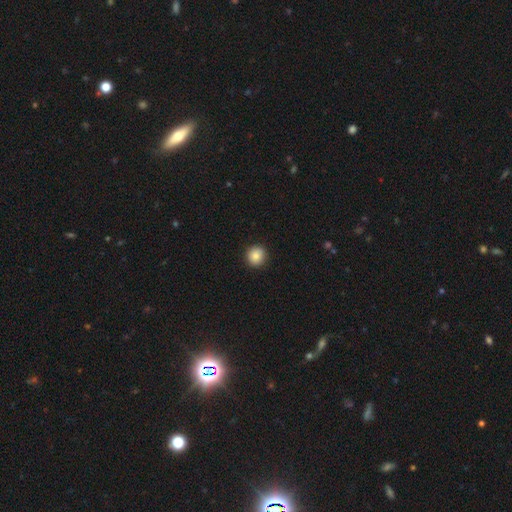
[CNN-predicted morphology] type=smooth (87%); roundness=round (93%); merging=none (92%).